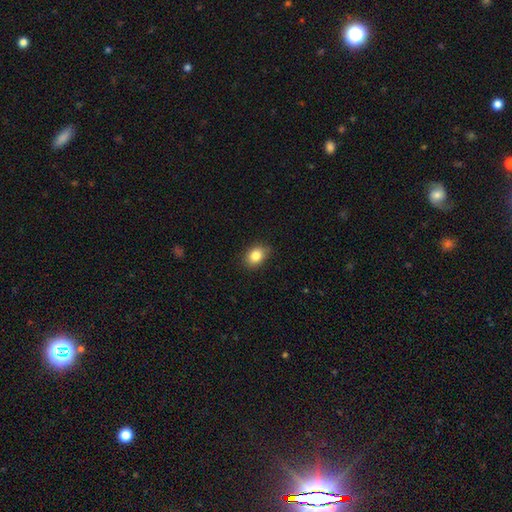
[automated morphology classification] Smooth or featured: smooth — 84% (star or artifact — 9%)
How rounded: in between — 66% (round — 33%)
Merging: none — 83% (minor disturbance — 14%)